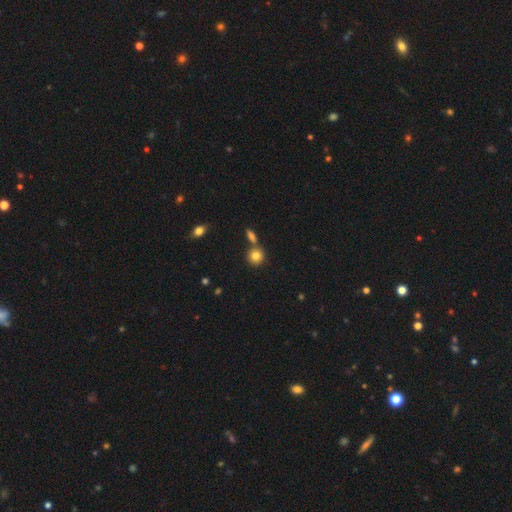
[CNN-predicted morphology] smooth-or-featured: smooth: 81% | star or artifact: 10% | featured or disk: 9%
  how-rounded: round: 86% | in between: 12% | cigar-shaped: 1%
  merging: none: 66% | merger: 22% | minor disturbance: 9% | major disturbance: 3%